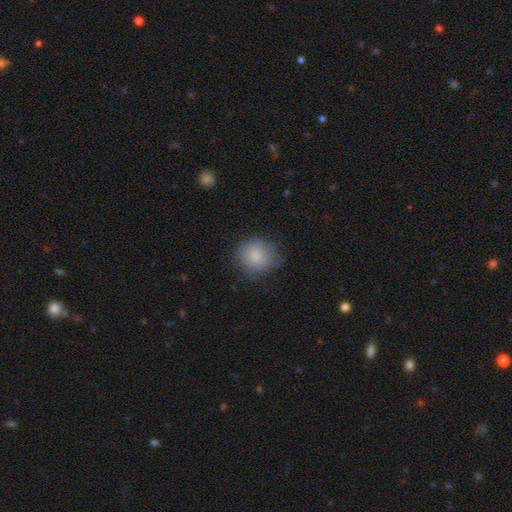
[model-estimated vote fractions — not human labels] A smooth galaxy with no disk features (80%) that is round (85%).

Vote fractions:
- Smooth or featured? smooth: 80% / featured or disk: 13% / star or artifact: 8%
- How rounded? round: 85% / in between: 14% / cigar-shaped: 1%
- Merging? none: 69% / minor disturbance: 22% / major disturbance: 7% / merger: 2%